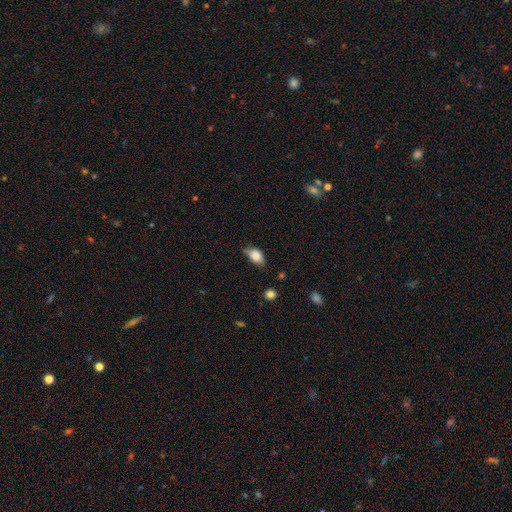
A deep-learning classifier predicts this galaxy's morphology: This appears to be a smooth galaxy with no disk features (82%) that is in between round and cigar-shaped (86%). Merging: none (51%).